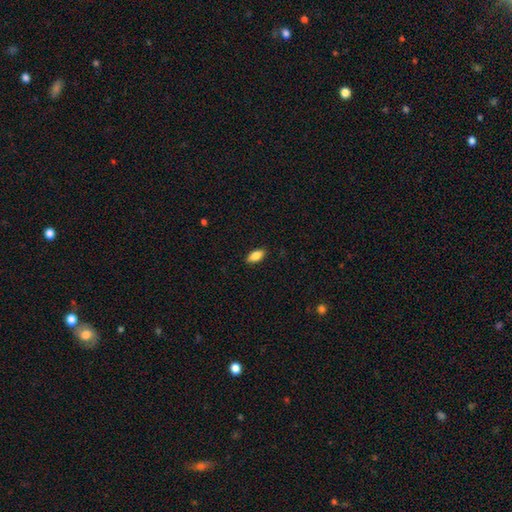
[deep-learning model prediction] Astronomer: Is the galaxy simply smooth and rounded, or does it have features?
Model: smooth — 84%.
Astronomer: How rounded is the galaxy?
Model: in between — 89%.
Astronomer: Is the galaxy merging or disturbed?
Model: none — 89%.